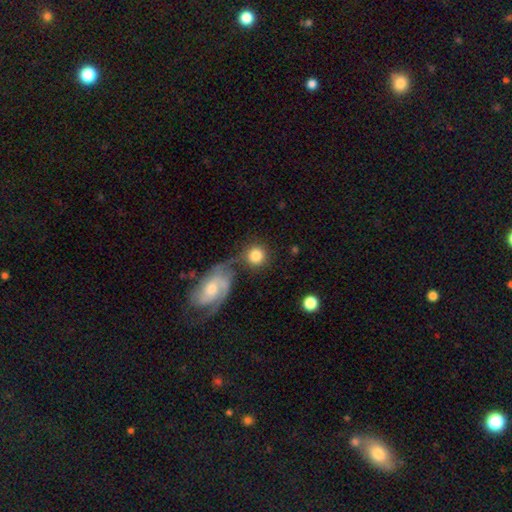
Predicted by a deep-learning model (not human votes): Overall: smooth (81%). How rounded: round (90%). Merging: none (61%; merger 22%).